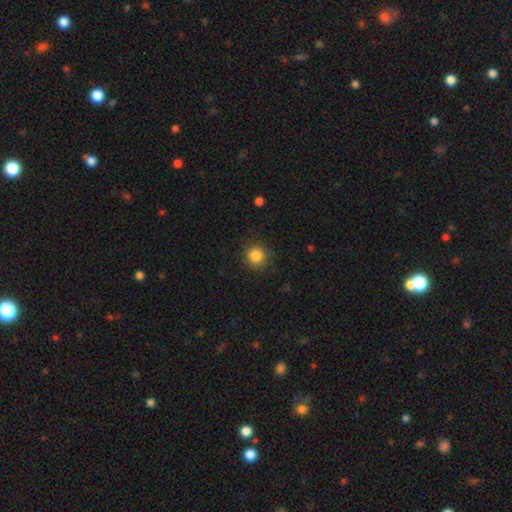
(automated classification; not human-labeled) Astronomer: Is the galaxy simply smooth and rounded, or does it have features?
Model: smooth — 85%.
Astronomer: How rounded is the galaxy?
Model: round — 93%.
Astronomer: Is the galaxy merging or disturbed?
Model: none — 88%.